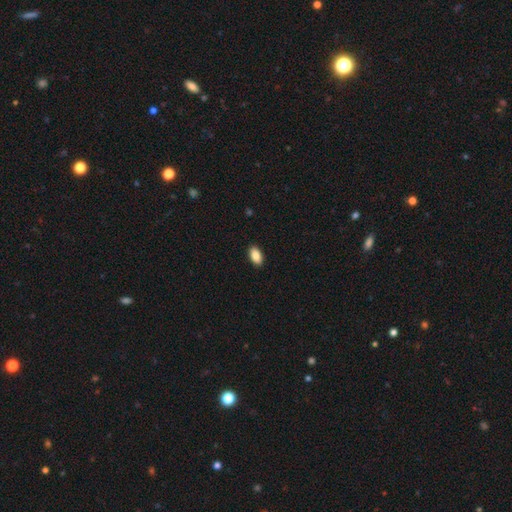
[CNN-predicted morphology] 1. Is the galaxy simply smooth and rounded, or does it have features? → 88% smooth, 7% star or artifact, 5% featured or disk.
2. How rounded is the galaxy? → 94% in between, 4% round, 2% cigar-shaped.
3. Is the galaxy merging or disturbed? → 90% none, 7% minor disturbance, 2% major disturbance, 1% merger.